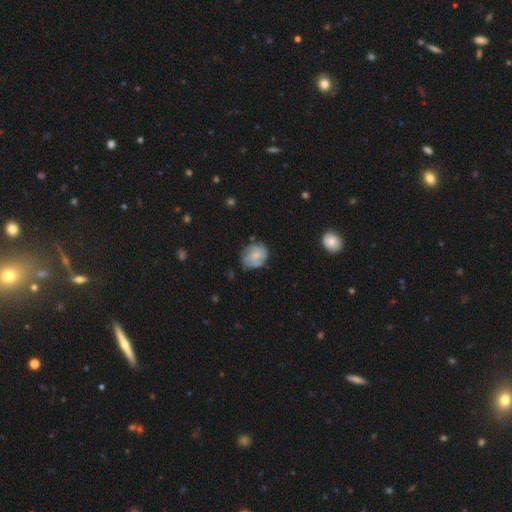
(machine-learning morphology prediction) Q: Smooth or featured?
A: featured or disk (52%); runner-up: smooth (41%)
Q: Edge-on disk?
A: no (98%); runner-up: yes (2%)
Q: Bar?
A: no (67%); runner-up: weak (29%)
Q: Spiral arms?
A: yes (79%); runner-up: no (21%)
Q: Bulge size?
A: small (50%); runner-up: moderate (32%)
Q: Merging?
A: none (68%); runner-up: minor disturbance (22%)